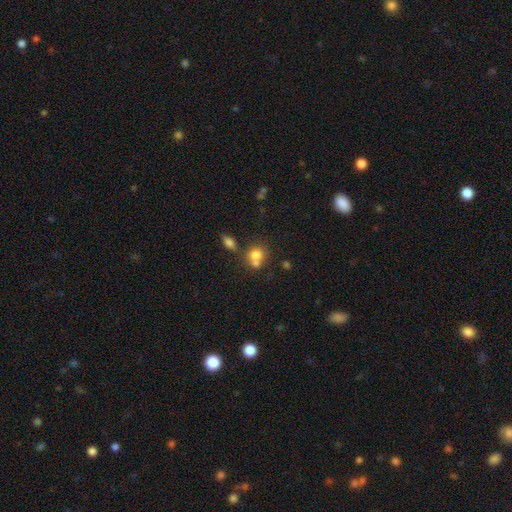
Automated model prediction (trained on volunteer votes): smooth-or-featured: smooth: 76% | featured or disk: 12% | star or artifact: 12%
  how-rounded: round: 74% | in between: 25% | cigar-shaped: 1%
  merging: merger: 44% | none: 41% | minor disturbance: 10% | major disturbance: 5%